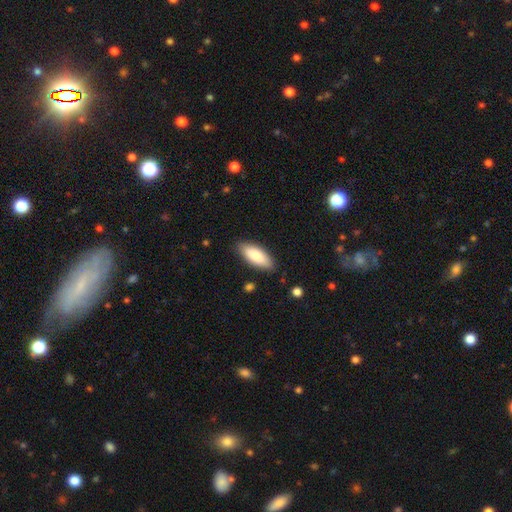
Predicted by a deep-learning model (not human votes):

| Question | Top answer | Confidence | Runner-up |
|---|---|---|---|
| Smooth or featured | smooth | 83% | featured or disk (12%) |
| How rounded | in between | 79% | cigar-shaped (19%) |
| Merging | none | 85% | minor disturbance (12%) |